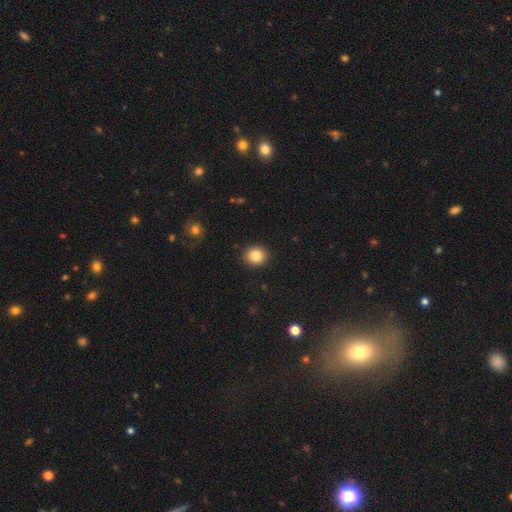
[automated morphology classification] The model was most divided on "how rounded": round: 80%, in between: 19%, cigar-shaped: 1%. More confident: merging — none (91%); smooth or featured — smooth (84%).